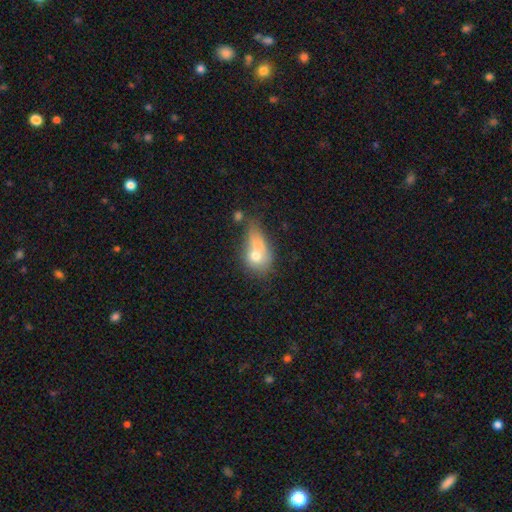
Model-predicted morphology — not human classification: Q: Smooth or featured?
A: smooth (66%); runner-up: featured or disk (23%)
Q: How rounded?
A: in between (59%); runner-up: round (36%)
Q: Merging?
A: merger (40%); runner-up: none (23%)